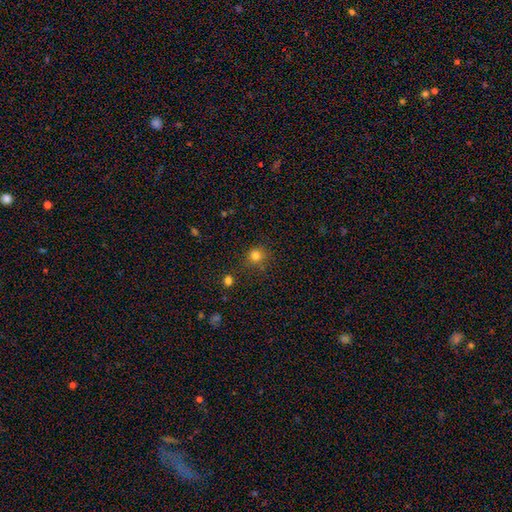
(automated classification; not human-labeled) smooth 80%, star or artifact 15%, featured or disk 5%. Down the decision tree: how rounded — round (91%); merging — none (85%).